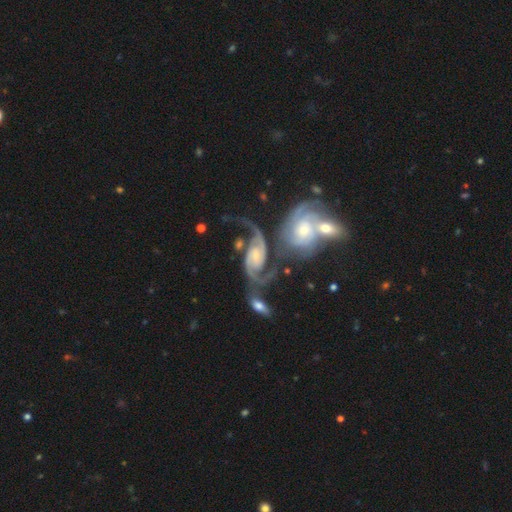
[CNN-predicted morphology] Overall: featured or disk (90%). Edge-on disk: no (97%). Bar: no (46%; weak 39%). Spiral arms: yes (98%). Spiral arm count: 2 (92%). Spiral winding: medium (44%; loose 43%). Bulge size: small (51%; moderate 27%). Merging: merger (36%; none 33%).